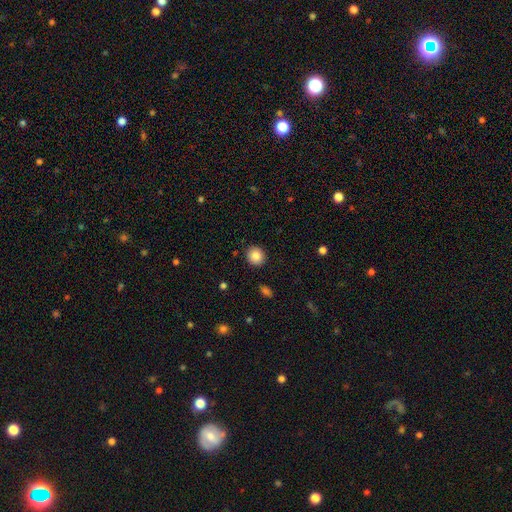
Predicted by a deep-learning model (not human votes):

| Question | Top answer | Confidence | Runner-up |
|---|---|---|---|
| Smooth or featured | smooth | 84% | star or artifact (9%) |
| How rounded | round | 85% | in between (14%) |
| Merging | none | 91% | minor disturbance (6%) |